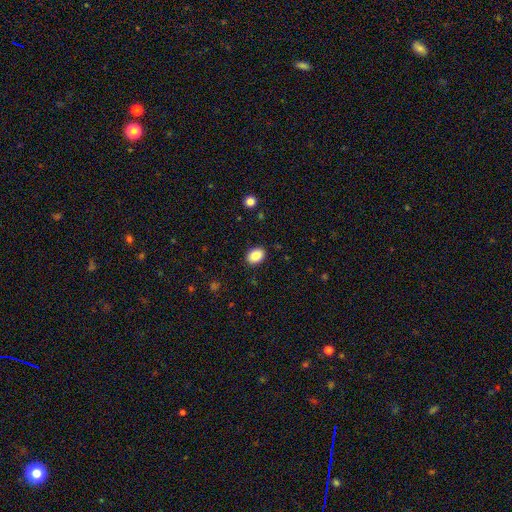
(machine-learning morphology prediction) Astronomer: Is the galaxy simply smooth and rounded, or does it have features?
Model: smooth — 88%.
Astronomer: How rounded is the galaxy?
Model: in between — 69%.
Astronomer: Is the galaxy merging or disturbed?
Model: none — 89%.